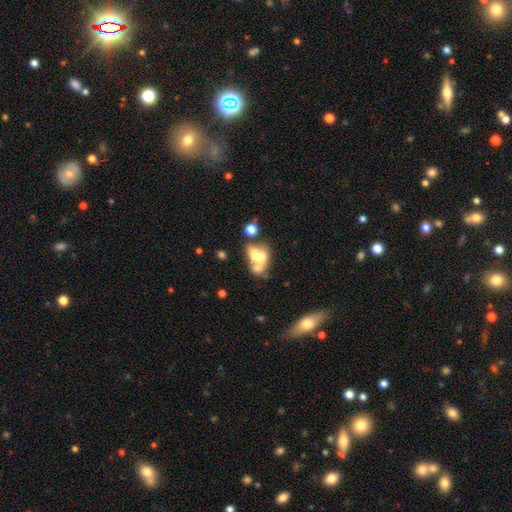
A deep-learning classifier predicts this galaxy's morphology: Smooth or featured?
  - smooth: 53% *
  - featured or disk: 36%
  - star or artifact: 11%
How rounded?
  - in between: 72% *
  - round: 25%
  - cigar-shaped: 3%
Merging?
  - merger: 63% *
  - none: 18%
  - major disturbance: 10%
  - minor disturbance: 9%